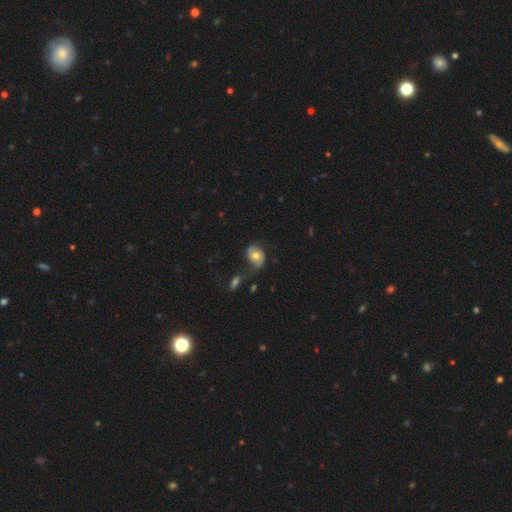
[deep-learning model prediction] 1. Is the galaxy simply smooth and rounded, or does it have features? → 50% smooth, 43% featured or disk, 7% star or artifact.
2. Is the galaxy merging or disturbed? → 51% none, 25% minor disturbance, 14% major disturbance, 10% merger.